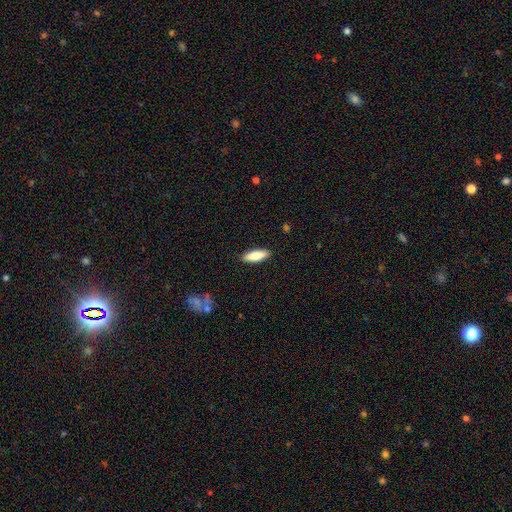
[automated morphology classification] A smooth galaxy with no disk features (81%) that is in between round and cigar-shaped (52%). Merging: none (89%).